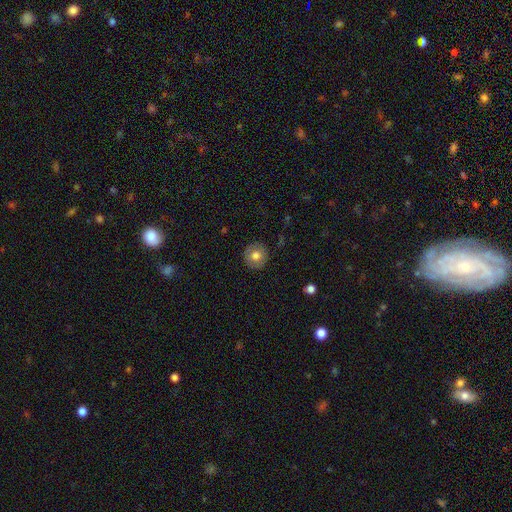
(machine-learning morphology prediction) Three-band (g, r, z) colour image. It shows a smooth galaxy with no disk features (75%) that is round (93%). Merging: none (90%).